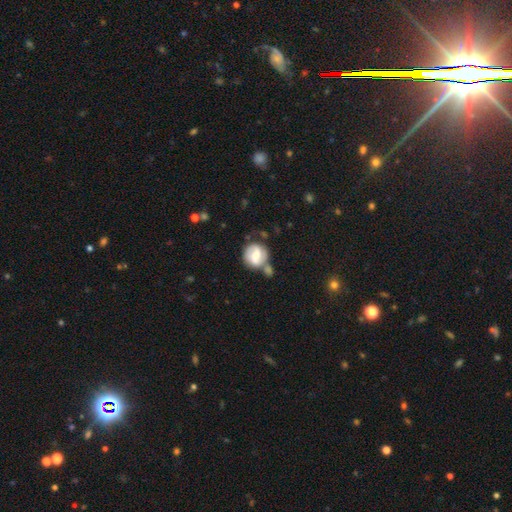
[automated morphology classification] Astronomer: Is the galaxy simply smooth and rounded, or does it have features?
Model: featured or disk — 51% (runner-up: smooth, 42%).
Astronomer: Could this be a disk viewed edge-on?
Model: no — 97%.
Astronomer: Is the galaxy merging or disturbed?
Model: none — 45% (runner-up: merger, 25%).